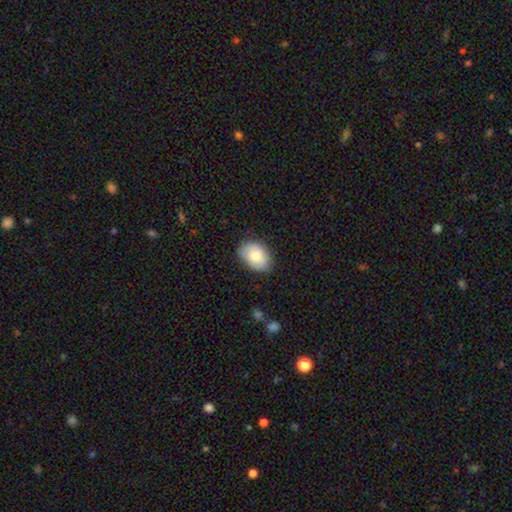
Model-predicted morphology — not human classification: Smooth or featured? Predicted: smooth (p=0.80). How rounded? Predicted: in between (p=0.80). Merging? Predicted: none (p=0.80).